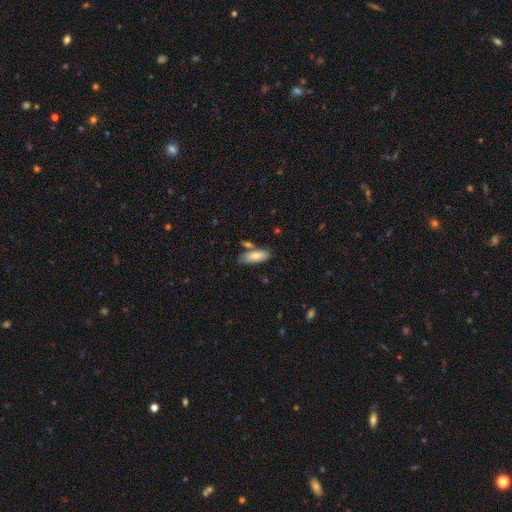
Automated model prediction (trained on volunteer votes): Overall: smooth (78%). How rounded: in between (77%). Merging: none (67%).